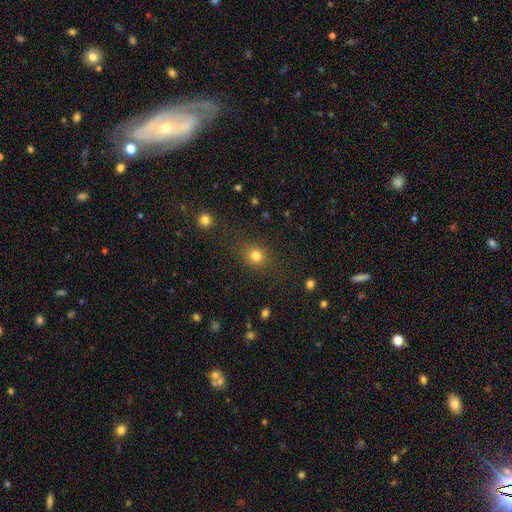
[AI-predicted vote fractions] Smooth or featured? Predicted: smooth (p=0.80). How rounded? Predicted: round (p=0.76). Merging? Predicted: none (p=0.82).